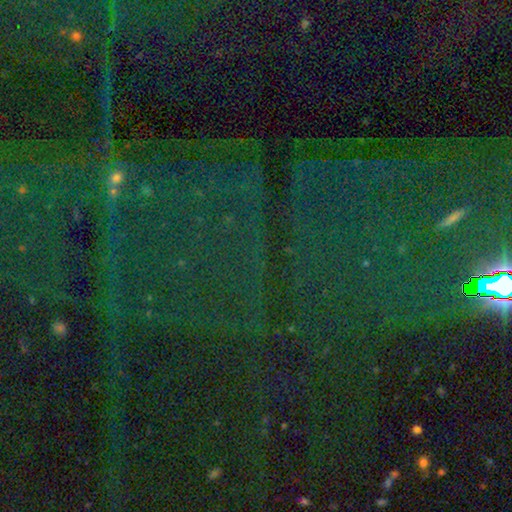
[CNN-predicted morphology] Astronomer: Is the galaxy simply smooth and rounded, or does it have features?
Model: star or artifact — 85%.